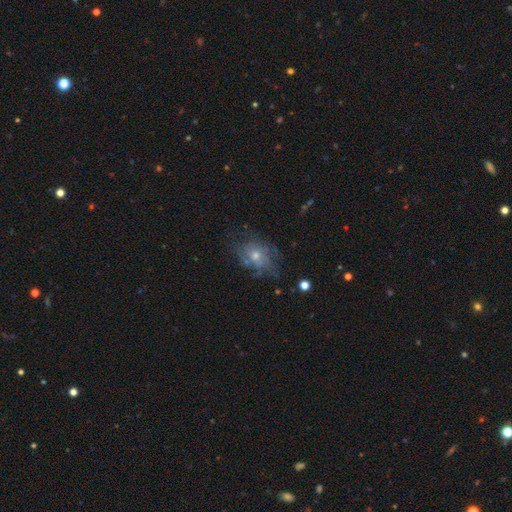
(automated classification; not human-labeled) featured or disk 62%, smooth 26%, star or artifact 12%. Down the decision tree: edge-on disk — no (96%); bar — no (84%); spiral arms — yes (60%); bulge size — moderate (48%); merging — none (56%).